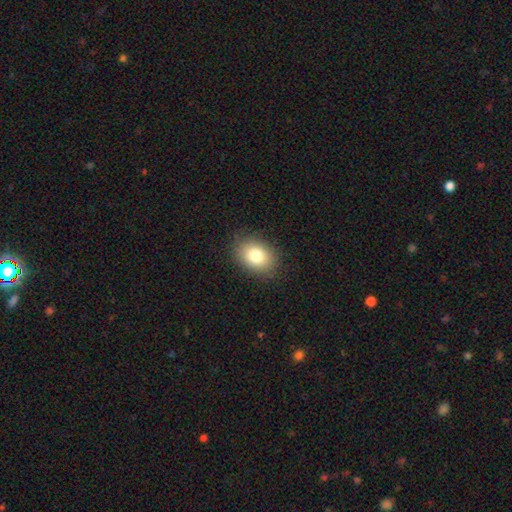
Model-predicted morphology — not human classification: smooth_or_featured: smooth (p=0.81) [alt: star or artifact p=0.10]
how_rounded: in between (p=0.68) [alt: round p=0.31]
merging: none (p=0.86) [alt: minor disturbance p=0.10]